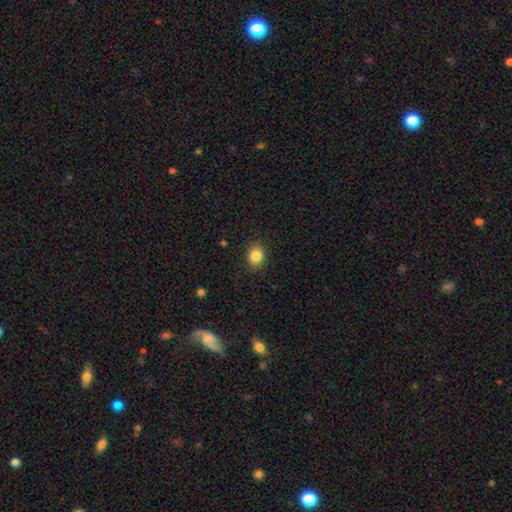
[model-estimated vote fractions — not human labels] A smooth galaxy with no disk features (85%) that is round (54%).

Vote fractions:
- Smooth or featured? smooth: 85% / star or artifact: 10% / featured or disk: 5%
- How rounded? round: 54% / in between: 45% / cigar-shaped: 1%
- Merging? none: 86% / minor disturbance: 10% / major disturbance: 3% / merger: 1%